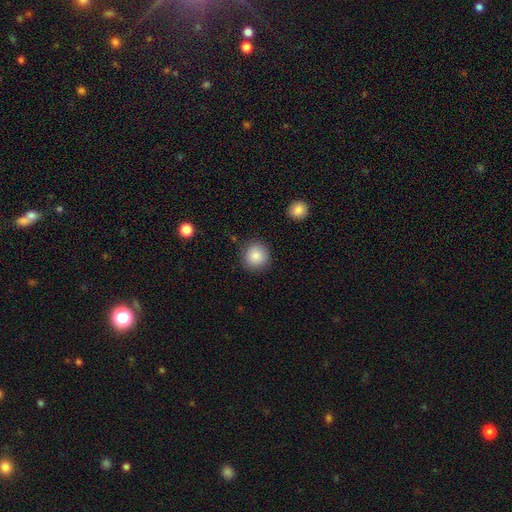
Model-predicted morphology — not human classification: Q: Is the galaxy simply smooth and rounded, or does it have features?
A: smooth — 87%.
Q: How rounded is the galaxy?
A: round — 93%.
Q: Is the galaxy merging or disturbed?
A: none — 88%.